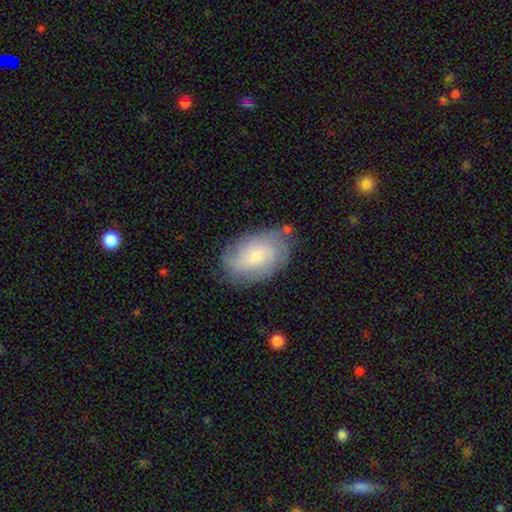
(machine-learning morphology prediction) This appears to be a featured or disk galaxy (49%). Merging: none (69%).